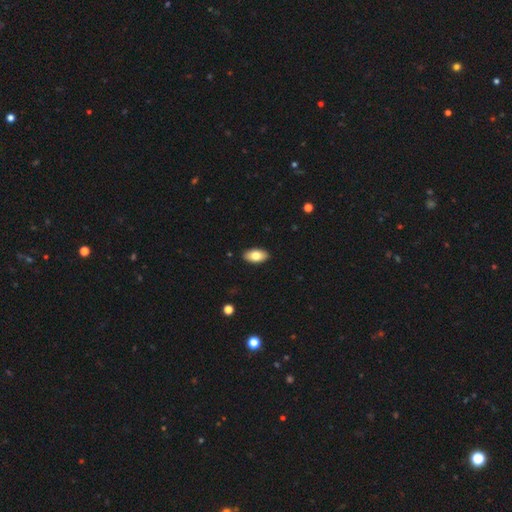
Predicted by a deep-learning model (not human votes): The model was most divided on "smooth or featured": smooth: 78%, featured or disk: 15%, star or artifact: 7%. More confident: how rounded — in between (94%); merging — none (90%).